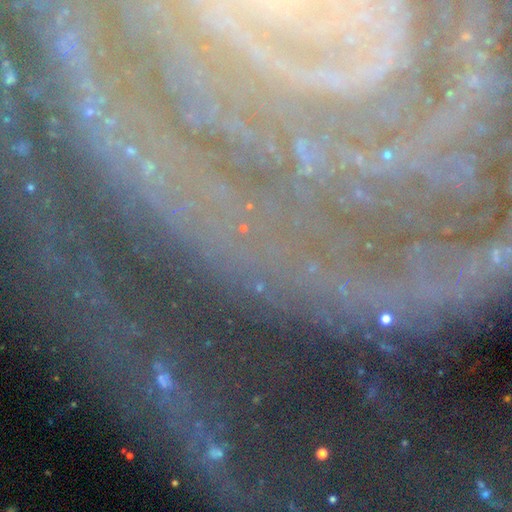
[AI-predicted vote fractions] Morphology: type=star or artifact (51%).